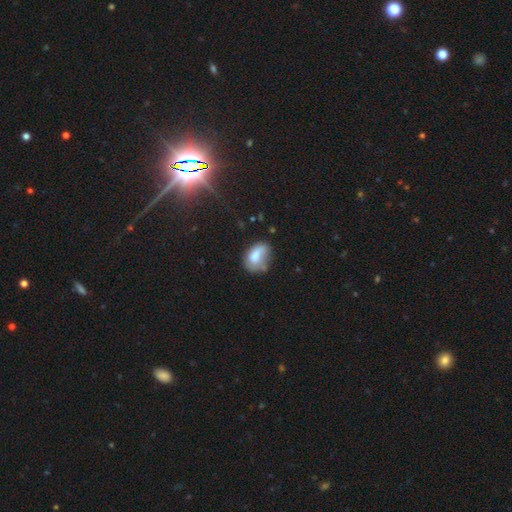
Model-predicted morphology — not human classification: A smooth galaxy with no disk features (69%) that is in between round and cigar-shaped (81%).

Vote fractions:
- Smooth or featured? smooth: 69% / featured or disk: 22% / star or artifact: 9%
- How rounded? in between: 81% / round: 18% / cigar-shaped: 2%
- Merging? none: 44% / minor disturbance: 33% / major disturbance: 15% / merger: 8%